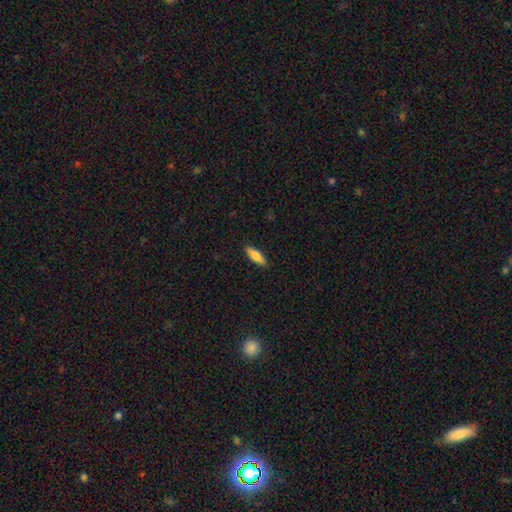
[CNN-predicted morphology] smooth 73%, featured or disk 21%, star or artifact 6%. Down the decision tree: how rounded — in between (49%, tied with cigar-shaped); merging — none (89%).